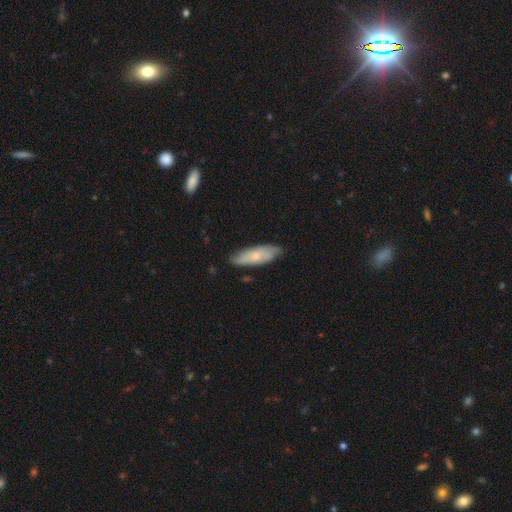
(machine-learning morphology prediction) smooth_or_featured: smooth (p=0.52) [alt: featured or disk p=0.42]
how_rounded: in between (p=0.56) [alt: cigar-shaped p=0.42]
merging: none (p=0.77) [alt: minor disturbance p=0.19]